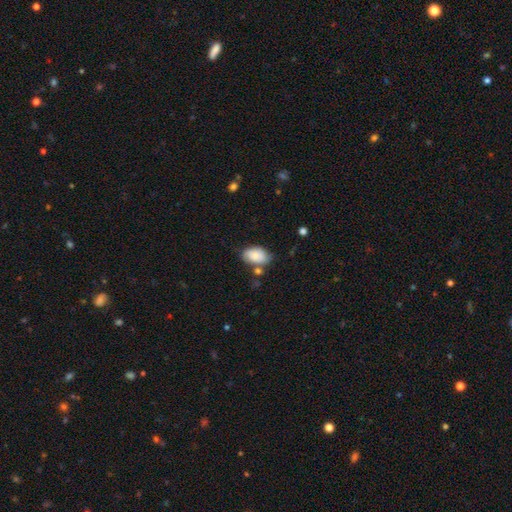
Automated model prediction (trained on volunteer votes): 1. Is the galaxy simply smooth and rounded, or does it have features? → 83% smooth, 10% featured or disk, 7% star or artifact.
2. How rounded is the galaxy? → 92% in between, 7% round, 1% cigar-shaped.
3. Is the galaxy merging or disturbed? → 62% none, 21% minor disturbance, 11% merger, 6% major disturbance.